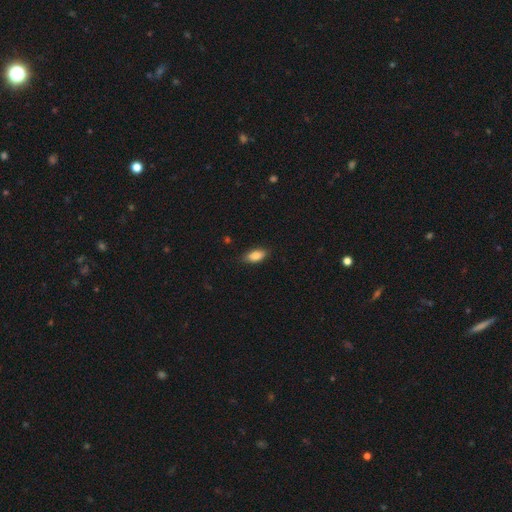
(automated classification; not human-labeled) Smooth or featured? Predicted: smooth (p=0.84). How rounded? Predicted: in between (p=0.89). Merging? Predicted: none (p=0.82).